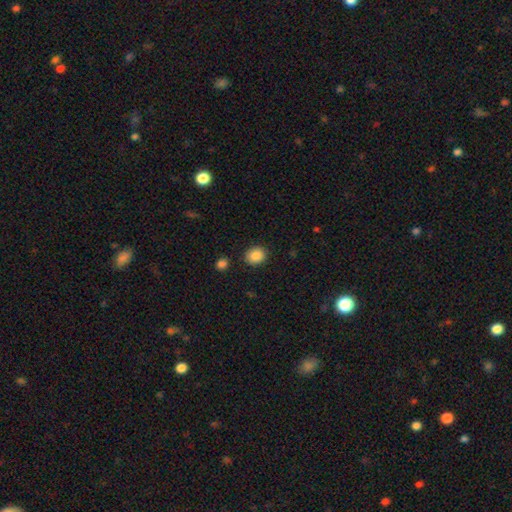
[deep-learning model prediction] The model was most divided on "how rounded": round: 64%, in between: 35%, cigar-shaped: 1%. More confident: merging — none (87%); smooth or featured — smooth (87%).